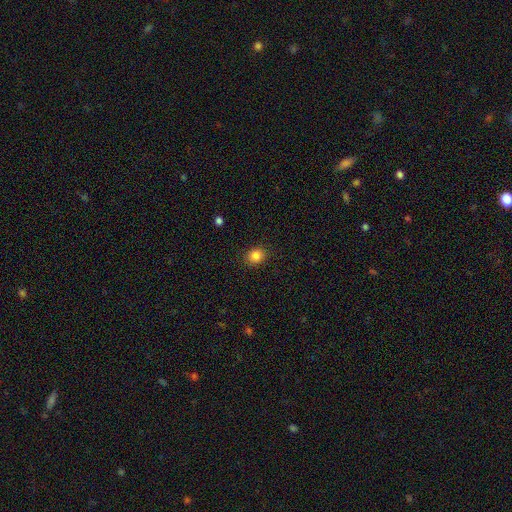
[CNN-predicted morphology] A smooth galaxy with no disk features (85%) that is round (71%).

Vote fractions:
- Smooth or featured? smooth: 85% / star or artifact: 11% / featured or disk: 4%
- How rounded? round: 71% / in between: 28% / cigar-shaped: 1%
- Merging? none: 89% / minor disturbance: 8% / major disturbance: 2% / merger: 1%